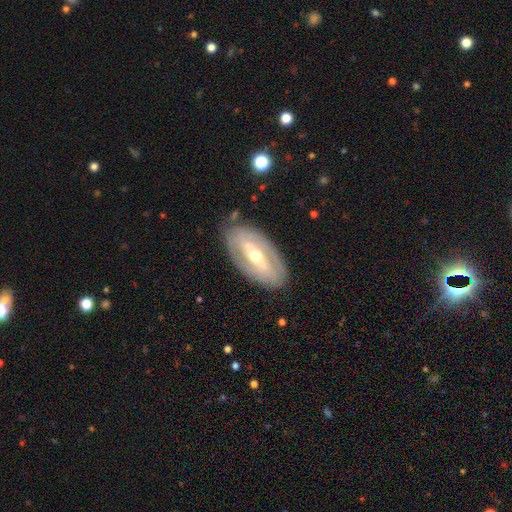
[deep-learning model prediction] smooth-or-featured: featured or disk: 74% | smooth: 20% | star or artifact: 6%
  disk-edge-on: no: 88% | yes: 12%
    bar: strong: 52% | weak: 28% | no: 20%
    has-spiral-arms: yes: 56% | no: 44%
    bulge-size: moderate: 57% | small: 38% | large: 3% | dominant: 1% | none: 1%
  merging: none: 82% | minor disturbance: 13% | major disturbance: 4% | merger: 1%